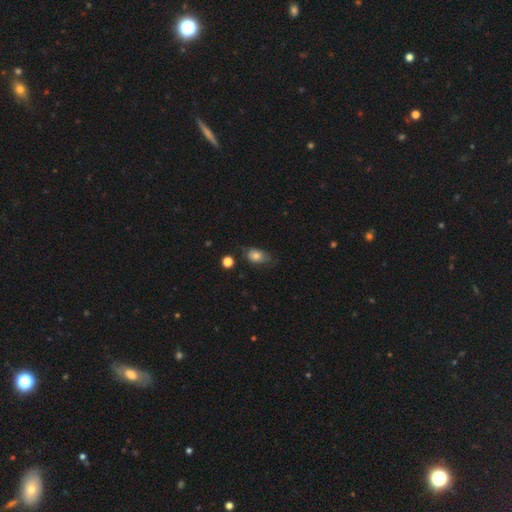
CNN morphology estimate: This appears to be a smooth galaxy with no disk features (80%) that is in between round and cigar-shaped (79%). Merging: none (59%).